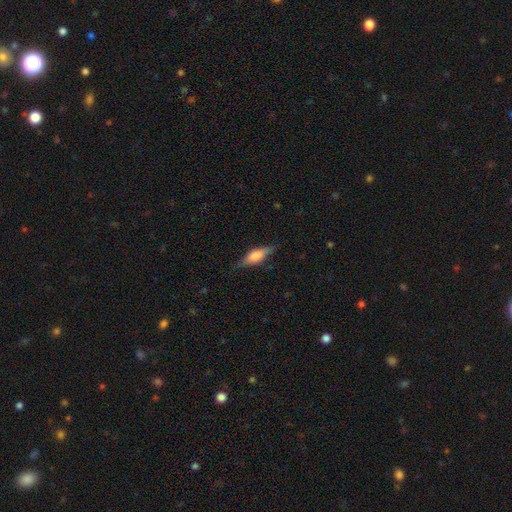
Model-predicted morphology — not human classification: smooth-or-featured: smooth: 59% | featured or disk: 34% | star or artifact: 7%
  how-rounded: in between: 57% | cigar-shaped: 40% | round: 3%
  merging: none: 77% | minor disturbance: 18% | major disturbance: 4% | merger: 1%